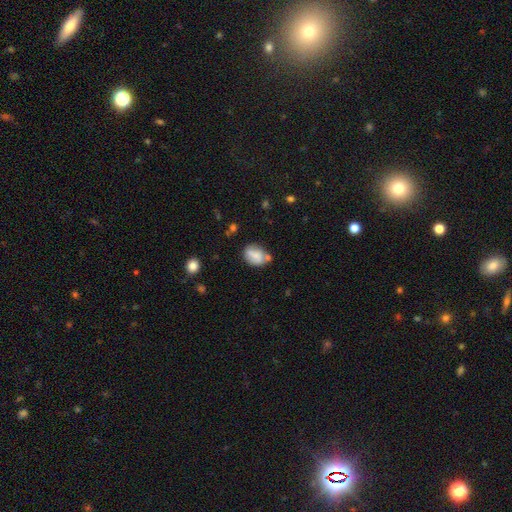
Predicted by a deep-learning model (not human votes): A smooth galaxy with no disk features (66%) that is in between round and cigar-shaped (68%). Merging: none (48%).